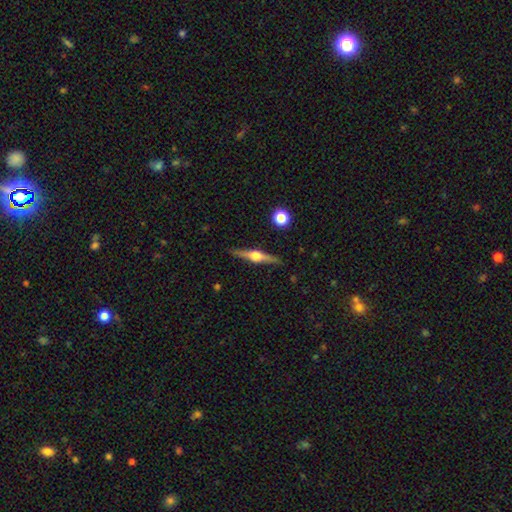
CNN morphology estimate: type=featured or disk (78%); edge-on=yes (98%); edge-on bulge=rounded (95%); merging=none (90%).